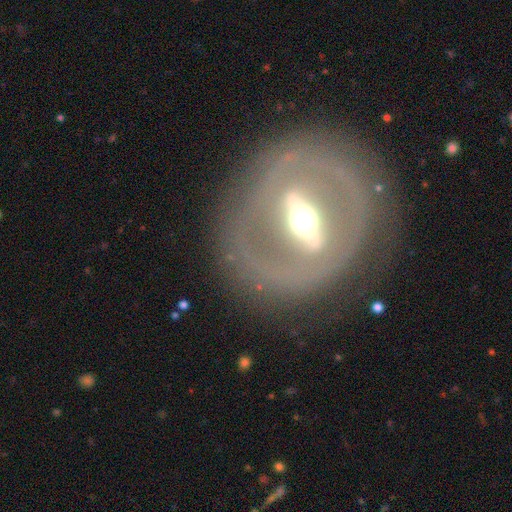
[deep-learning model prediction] Overall: featured or disk (81%). Edge-on disk: no (85%). Bar: strong (69%). Spiral arms: no (64%; yes 36%). Bulge size: moderate (66%). Merging: none (81%).